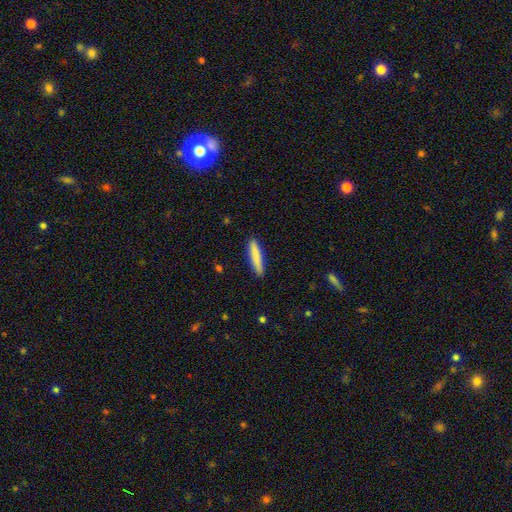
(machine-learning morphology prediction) This appears to be a smooth galaxy with no disk features (83%) that is cigar-shaped (89%). Merging: none (88%).